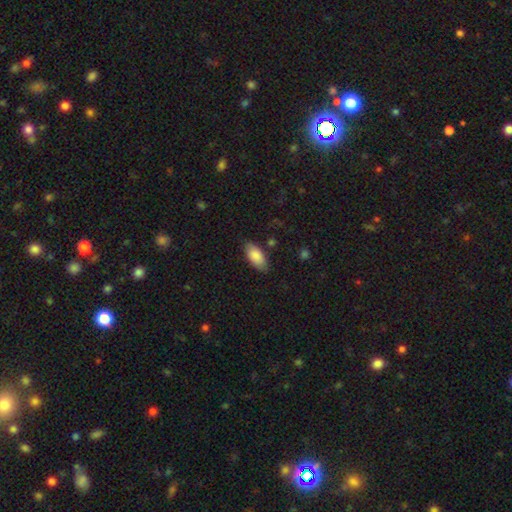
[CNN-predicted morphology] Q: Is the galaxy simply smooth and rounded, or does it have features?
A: smooth — 86%.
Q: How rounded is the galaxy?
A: in between — 91%.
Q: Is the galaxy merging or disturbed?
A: none — 81%.